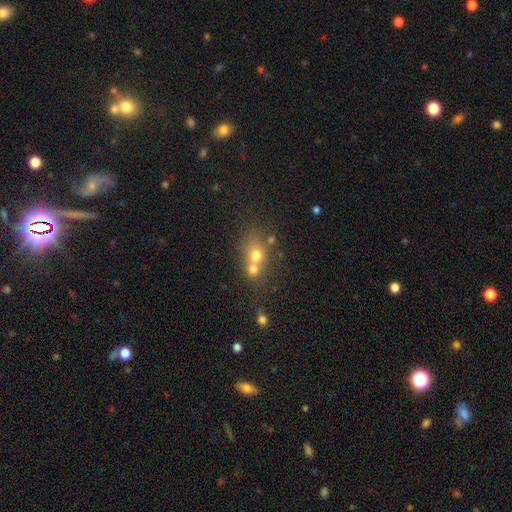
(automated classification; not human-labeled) The model was most divided on "merging": merger: 53%, none: 35%, minor disturbance: 8%, major disturbance: 4%. More confident: how rounded — round (59%); smooth or featured — smooth (57%).